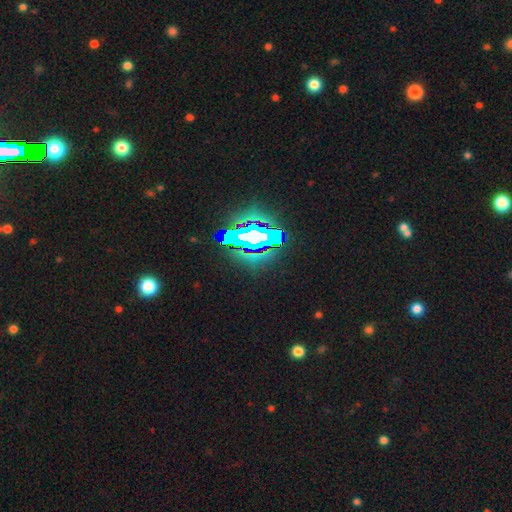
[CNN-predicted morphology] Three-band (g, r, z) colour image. It shows a star or artifact, not a galaxy (78%).